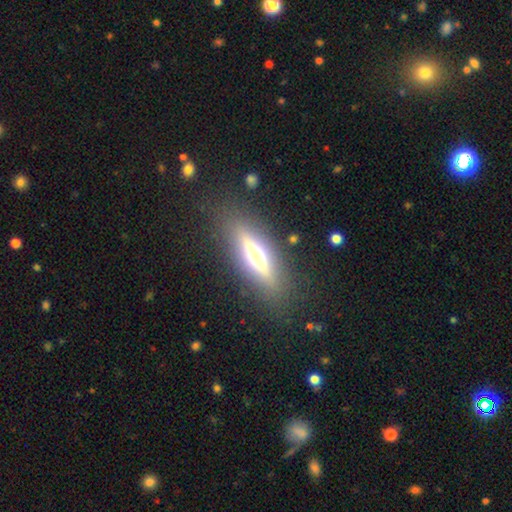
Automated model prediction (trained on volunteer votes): Q: Smooth or featured?
A: featured or disk (57%); runner-up: smooth (34%)
Q: Edge-on disk?
A: yes (89%); runner-up: no (11%)
Q: Edge-on bulge?
A: rounded (83%); runner-up: boxy (12%)
Q: Merging?
A: none (85%); runner-up: minor disturbance (9%)